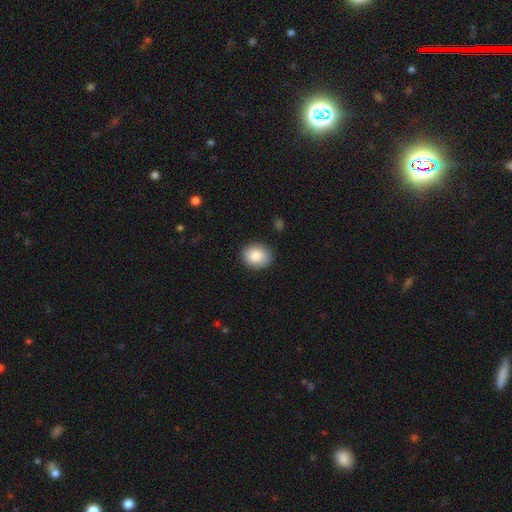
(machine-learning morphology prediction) type=smooth (85%); roundness=round (57%); merging=none (89%).